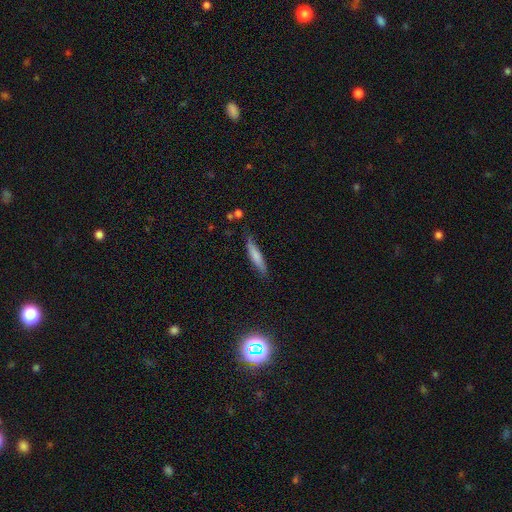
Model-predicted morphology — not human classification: Smooth or featured?
  - smooth: 73% *
  - featured or disk: 21%
  - star or artifact: 7%
How rounded?
  - cigar-shaped: 86% *
  - in between: 13%
  - round: 1%
Merging?
  - none: 80% *
  - minor disturbance: 15%
  - major disturbance: 3%
  - merger: 2%